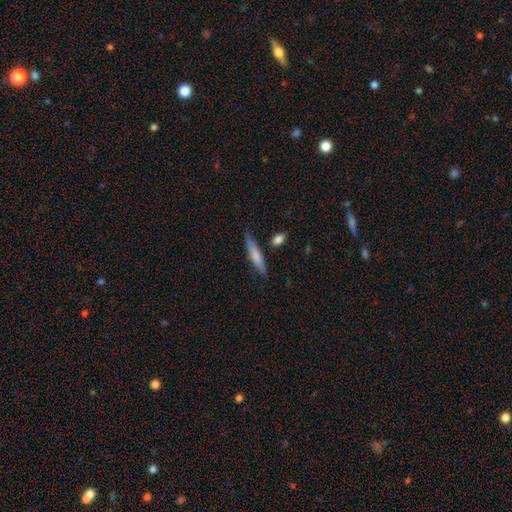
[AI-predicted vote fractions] A smooth galaxy with no disk features (67%) that is cigar-shaped (85%). Merging: none (76%).